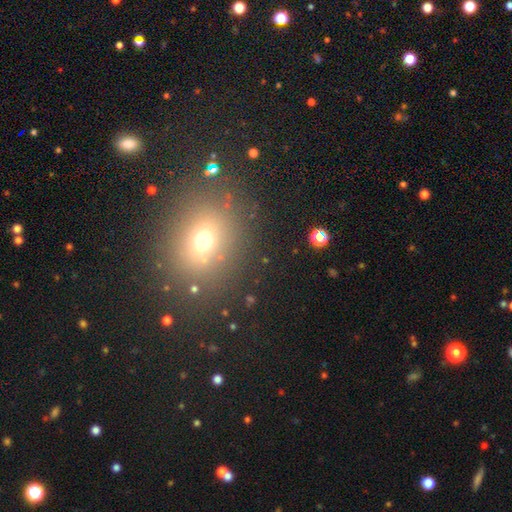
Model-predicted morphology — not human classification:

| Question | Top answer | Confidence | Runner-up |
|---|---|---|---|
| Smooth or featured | smooth | 58% | star or artifact (30%) |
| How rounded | round | 54% | in between (44%) |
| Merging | none | 85% | minor disturbance (9%) |